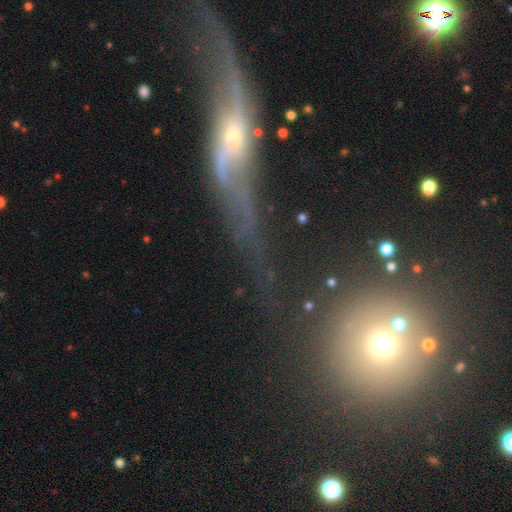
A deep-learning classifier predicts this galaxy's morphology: featured or disk 56%, smooth 27%, star or artifact 17%. Down the decision tree: edge-on disk — no (69%); merging — none (39%).